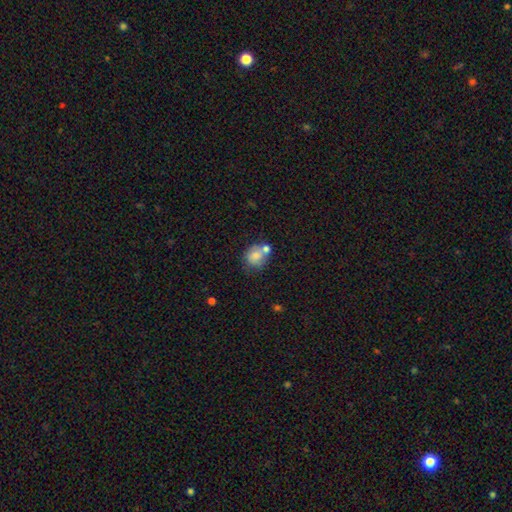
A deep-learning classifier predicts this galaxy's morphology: Smooth or featured? Predicted: smooth (p=0.73). How rounded? Predicted: round (p=0.64). Merging? Predicted: none (p=0.42).